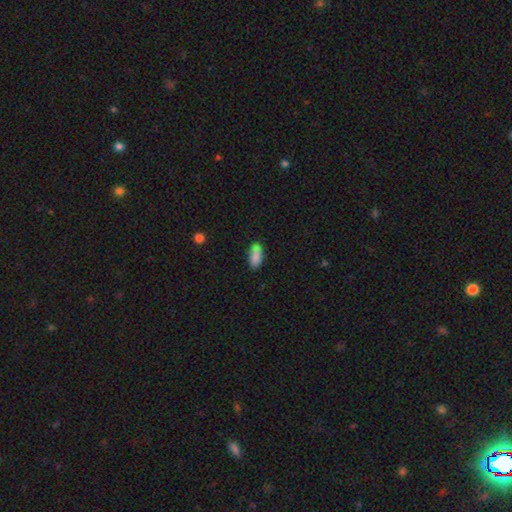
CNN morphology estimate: smooth_or_featured: smooth (p=0.86) [alt: star or artifact p=0.07]
how_rounded: in between (p=0.72) [alt: cigar-shaped p=0.26]
merging: none (p=0.76) [alt: minor disturbance p=0.17]